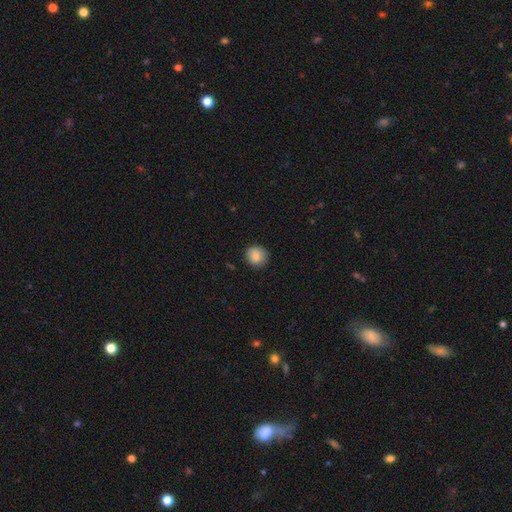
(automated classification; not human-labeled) Smooth or featured?
  - smooth: 86% *
  - star or artifact: 8%
  - featured or disk: 6%
How rounded?
  - round: 89% *
  - in between: 10%
  - cigar-shaped: 1%
Merging?
  - none: 86% *
  - minor disturbance: 11%
  - major disturbance: 2%
  - merger: 1%